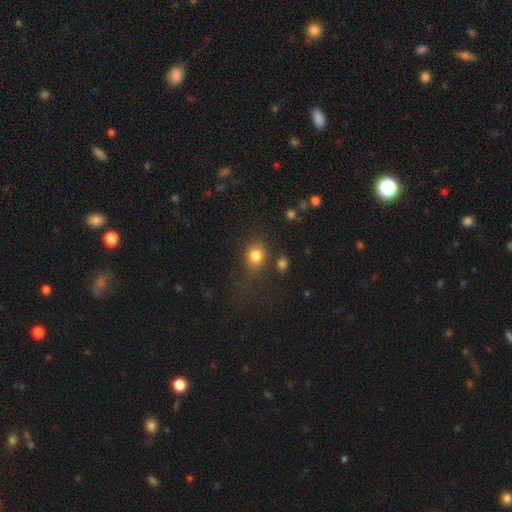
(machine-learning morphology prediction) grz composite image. It shows a smooth galaxy with no disk features (82%) that is round (64%). Merging: none (65%).